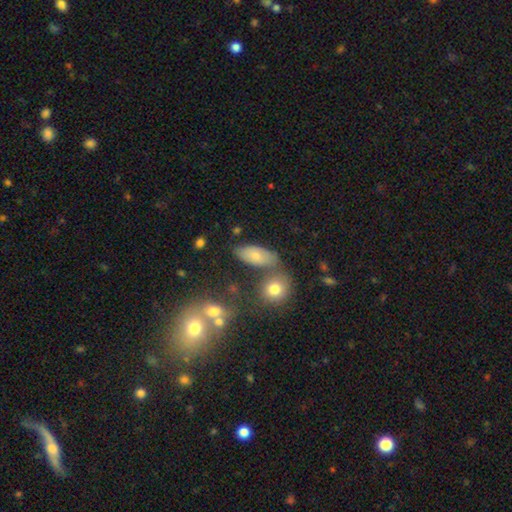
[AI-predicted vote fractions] The model was most divided on "merging": none: 66%, minor disturbance: 15%, merger: 15%, major disturbance: 5%. More confident: how rounded — in between (84%); smooth or featured — smooth (72%).